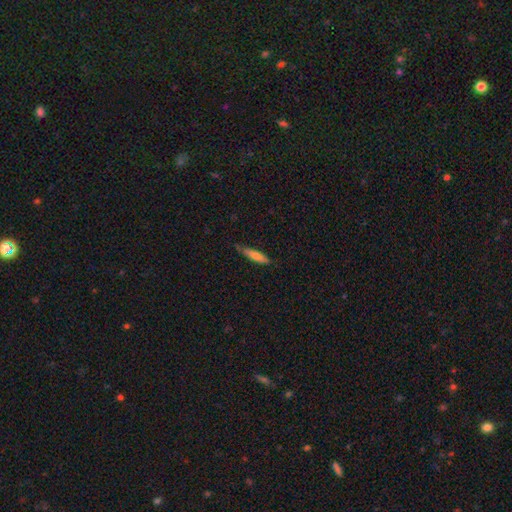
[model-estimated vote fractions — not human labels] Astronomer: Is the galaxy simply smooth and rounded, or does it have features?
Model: smooth — 71%.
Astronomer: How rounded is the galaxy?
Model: cigar-shaped — 80%.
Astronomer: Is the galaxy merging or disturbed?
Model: none — 73%.